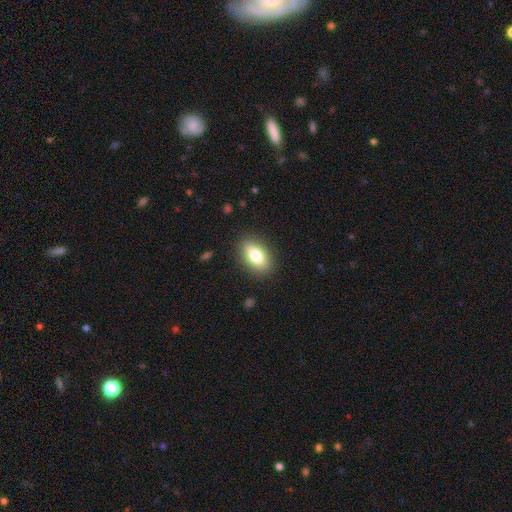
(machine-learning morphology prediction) Smooth or featured: smooth — 78% (featured or disk — 14%)
How rounded: in between — 88% (round — 7%)
Merging: none — 87% (minor disturbance — 9%)